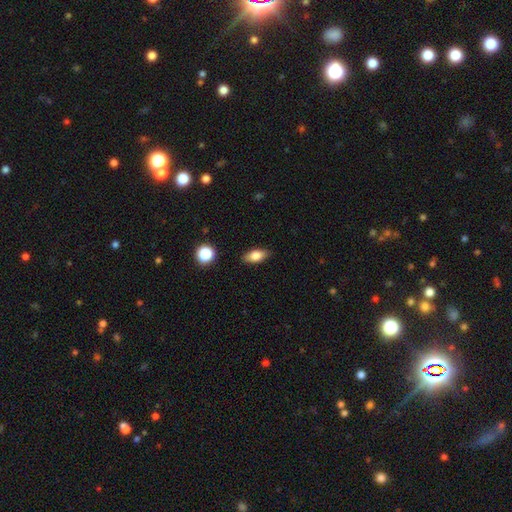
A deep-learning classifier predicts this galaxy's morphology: smooth_or_featured: smooth (p=0.77) [alt: featured or disk p=0.15]
how_rounded: in between (p=0.83) [alt: cigar-shaped p=0.10]
merging: none (p=0.87) [alt: minor disturbance p=0.10]